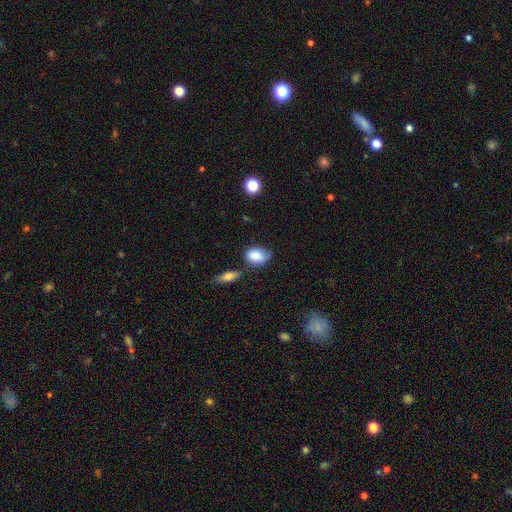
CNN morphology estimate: Smooth or featured? Predicted: smooth (p=0.82). How rounded? Predicted: in between (p=0.79). Merging? Predicted: none (p=0.55).